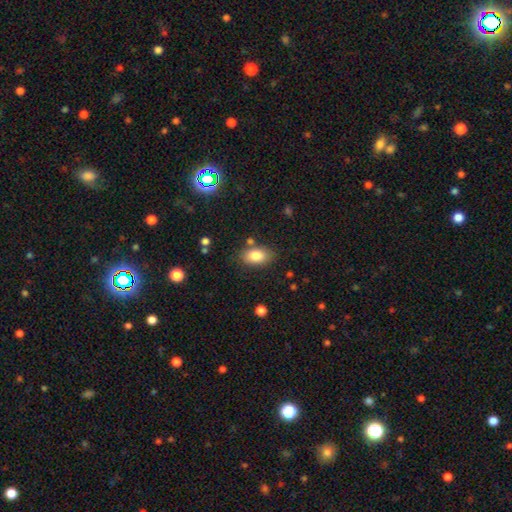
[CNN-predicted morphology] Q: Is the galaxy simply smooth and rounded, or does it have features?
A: smooth — 82%.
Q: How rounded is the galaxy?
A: in between — 88%.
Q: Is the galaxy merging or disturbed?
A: none — 79%.